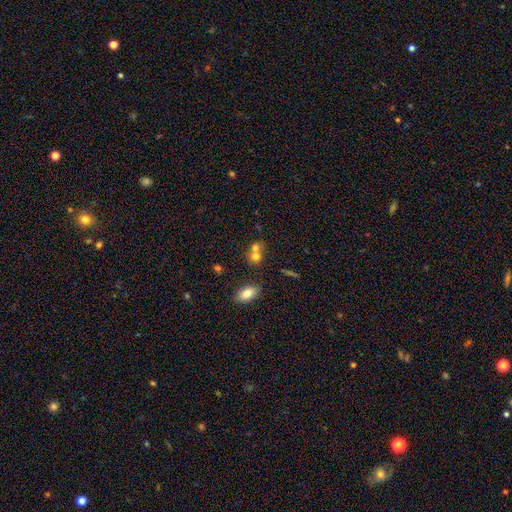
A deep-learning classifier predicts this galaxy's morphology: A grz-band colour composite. It shows a smooth galaxy with no disk features (72%) that is round (69%). Merging: merger (56%).